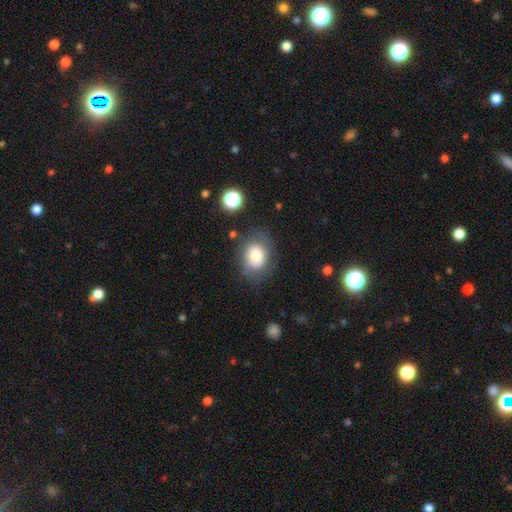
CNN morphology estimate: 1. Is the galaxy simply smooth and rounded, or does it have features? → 77% smooth, 13% featured or disk, 9% star or artifact.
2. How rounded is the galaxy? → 54% in between, 45% round, 1% cigar-shaped.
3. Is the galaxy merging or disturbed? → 70% none, 19% minor disturbance, 9% major disturbance, 3% merger.